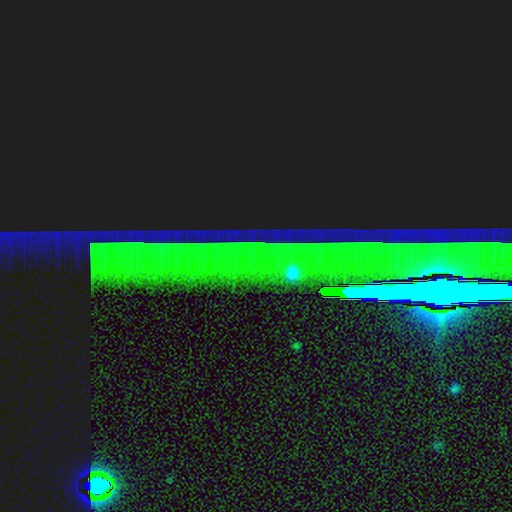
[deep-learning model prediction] Smooth or featured? Predicted: star or artifact (p=0.84).